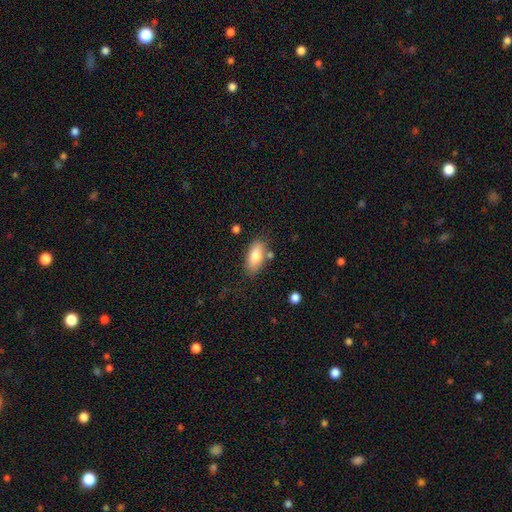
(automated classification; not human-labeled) smooth_or_featured: smooth (p=0.81) [alt: featured or disk p=0.12]
how_rounded: in between (p=0.87) [alt: cigar-shaped p=0.10]
merging: none (p=0.76) [alt: minor disturbance p=0.14]